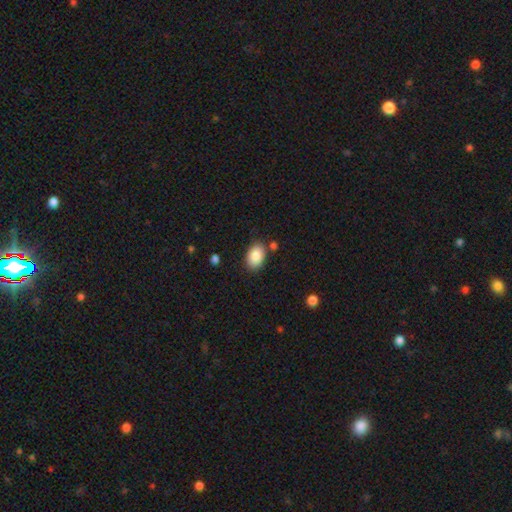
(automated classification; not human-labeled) smooth_or_featured: smooth (p=0.87) [alt: star or artifact p=0.07]
how_rounded: in between (p=0.87) [alt: round p=0.12]
merging: none (p=0.81) [alt: minor disturbance p=0.12]